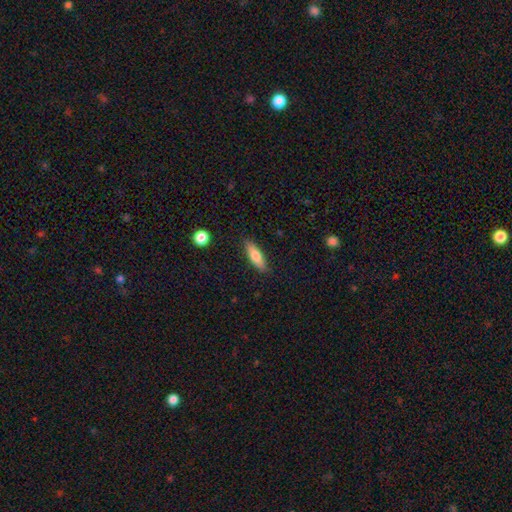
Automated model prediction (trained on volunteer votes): Q: Smooth or featured?
A: smooth (75%); runner-up: featured or disk (18%)
Q: How rounded?
A: cigar-shaped (52%); runner-up: in between (46%)
Q: Merging?
A: none (86%); runner-up: minor disturbance (10%)